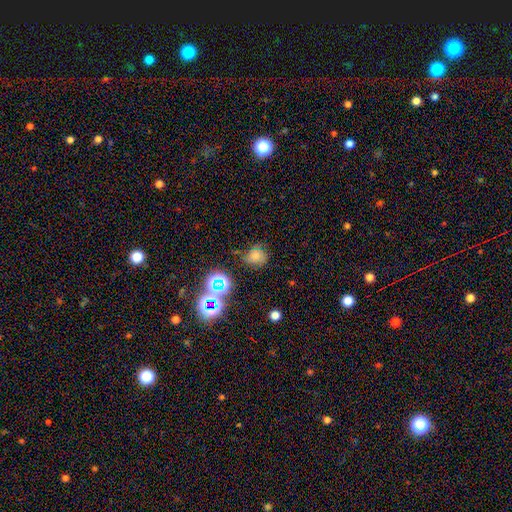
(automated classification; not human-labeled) Smooth or featured? Predicted: smooth (p=0.64). How rounded? Predicted: round (p=0.73). Merging? Predicted: none (p=0.61).